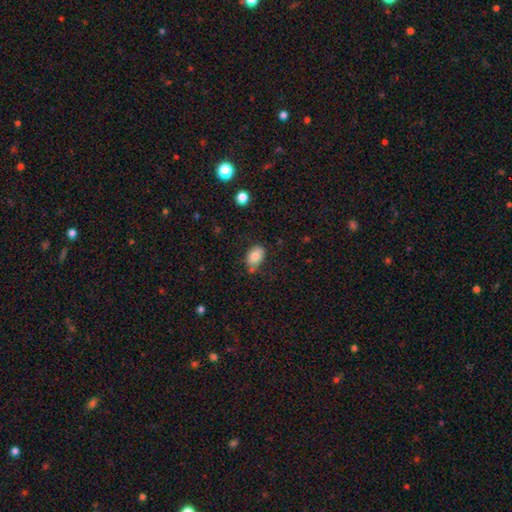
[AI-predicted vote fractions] The model was most divided on "merging": none: 65%, minor disturbance: 25%, major disturbance: 5%, merger: 5%. More confident: how rounded — in between (87%); smooth or featured — smooth (79%).